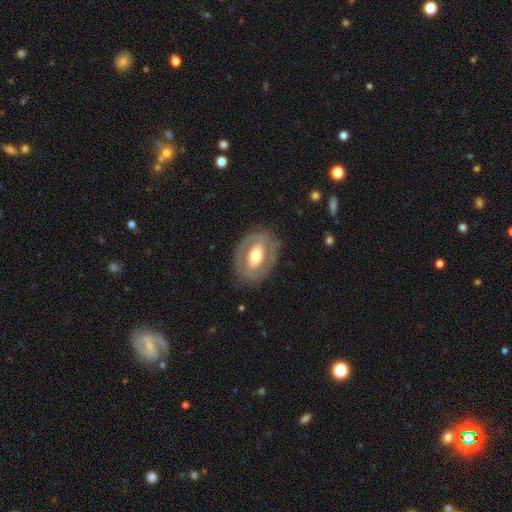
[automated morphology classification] smooth_or_featured: featured or disk (p=0.57) [alt: smooth p=0.37]
disk_edge_on: no (p=0.93) [alt: yes p=0.07]
bar: no (p=0.49) [alt: weak p=0.27]
has_spiral_arms: no (p=0.78) [alt: yes p=0.22]
bulge_size: moderate (p=0.61) [alt: large p=0.26]
merging: none (p=0.78) [alt: minor disturbance p=0.14]